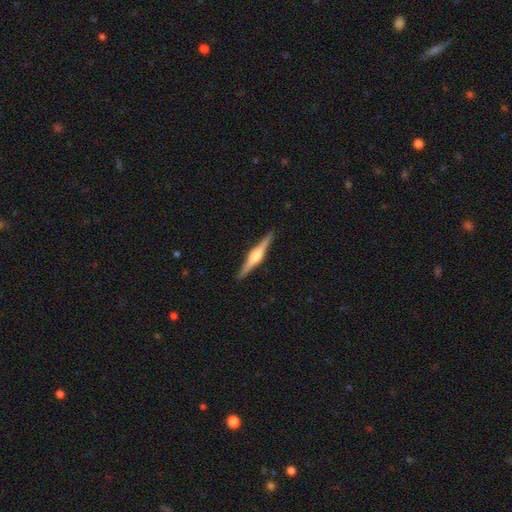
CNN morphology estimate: The model was most divided on "smooth or featured": featured or disk: 81%, smooth: 14%, star or artifact: 5%. More confident: edge-on disk — yes (98%); merging — none (92%); edge-on bulge — rounded (88%).